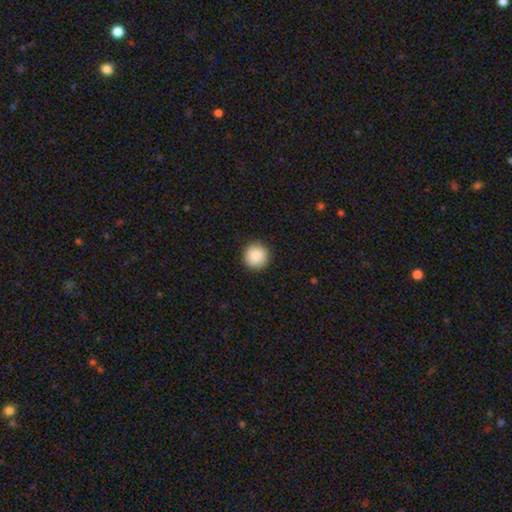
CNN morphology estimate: This is clearly a smooth galaxy (88%). How rounded: clearly round (96%). Merging: clearly none (92%).